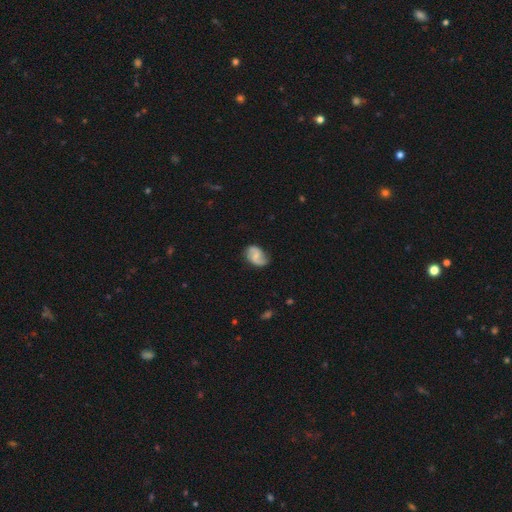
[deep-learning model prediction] Smooth or featured: featured or disk — 68% (smooth — 26%)
Edge-on disk: no — 97% (yes — 3%)
Bar: no — 45% (tied with weak — 45%)
Spiral arms: yes — 93% (no — 7%)
Spiral winding: loose — 43% (medium — 41%)
Spiral arm count: 2 — 88% (can't tell — 5%)
Bulge size: small — 46% (moderate — 29%)
Merging: none — 75% (minor disturbance — 19%)